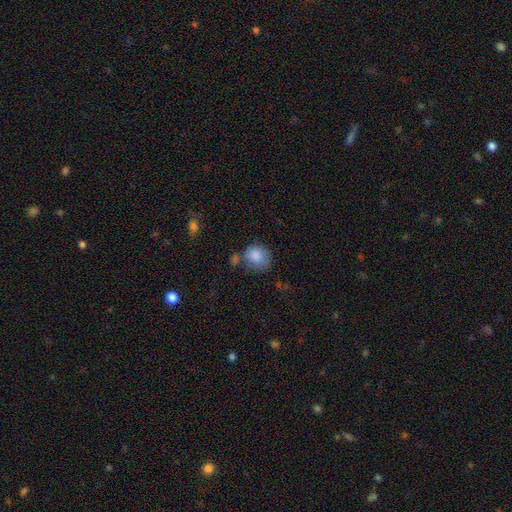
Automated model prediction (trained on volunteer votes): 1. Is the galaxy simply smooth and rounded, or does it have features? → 84% smooth, 8% featured or disk, 8% star or artifact.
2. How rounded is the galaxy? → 77% round, 22% in between, 1% cigar-shaped.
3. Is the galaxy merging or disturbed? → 52% none, 25% minor disturbance, 13% merger, 10% major disturbance.